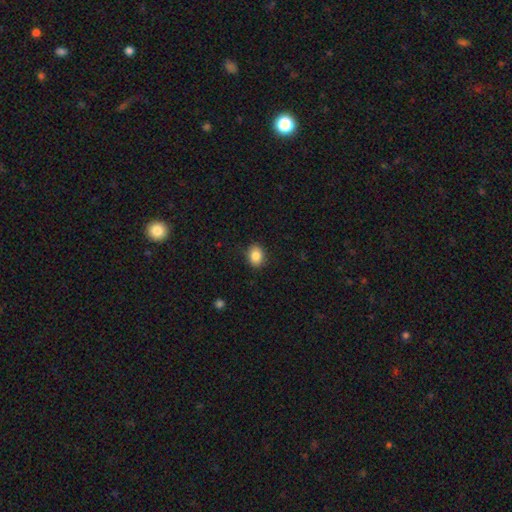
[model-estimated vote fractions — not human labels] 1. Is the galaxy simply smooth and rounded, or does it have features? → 86% smooth, 9% star or artifact, 5% featured or disk.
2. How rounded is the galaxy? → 57% in between, 42% round, 1% cigar-shaped.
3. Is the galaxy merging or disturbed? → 88% none, 9% minor disturbance, 2% major disturbance, 1% merger.